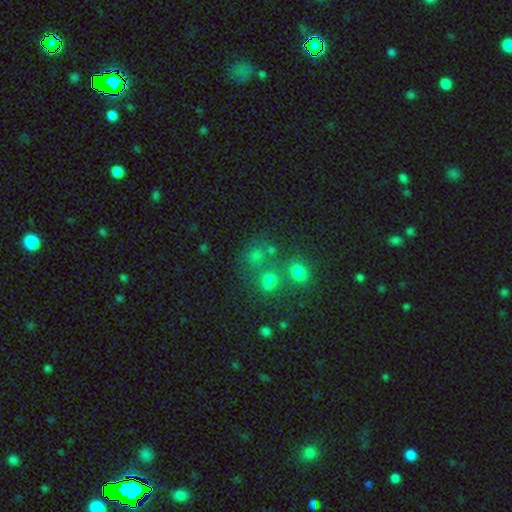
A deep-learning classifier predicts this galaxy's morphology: smooth_or_featured: smooth (p=0.62) [alt: star or artifact p=0.25]
how_rounded: round (p=0.69) [alt: in between p=0.30]
merging: none (p=0.46) [alt: merger p=0.37]